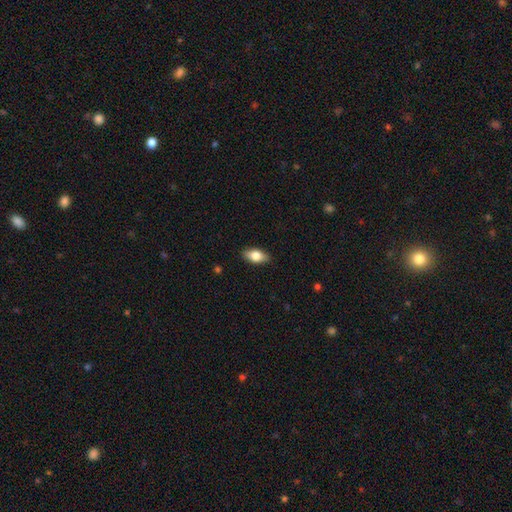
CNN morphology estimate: A smooth galaxy with no disk features (74%) that is in between round and cigar-shaped (87%).

Vote fractions:
- Smooth or featured? smooth: 74% / featured or disk: 19% / star or artifact: 7%
- How rounded? in between: 87% / cigar-shaped: 7% / round: 5%
- Merging? none: 87% / minor disturbance: 10% / major disturbance: 2% / merger: 1%